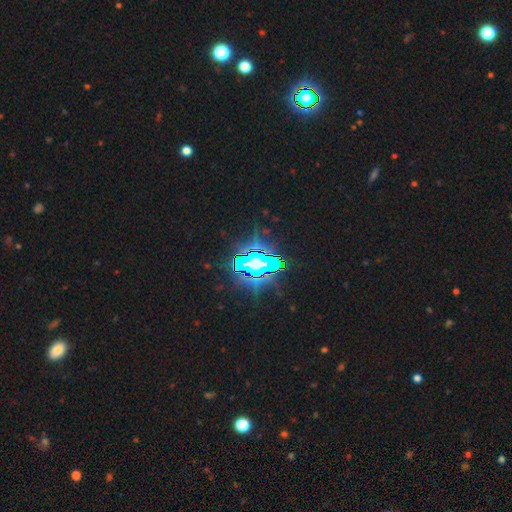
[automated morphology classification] Smooth or featured: star or artifact — 74% (featured or disk — 14%)